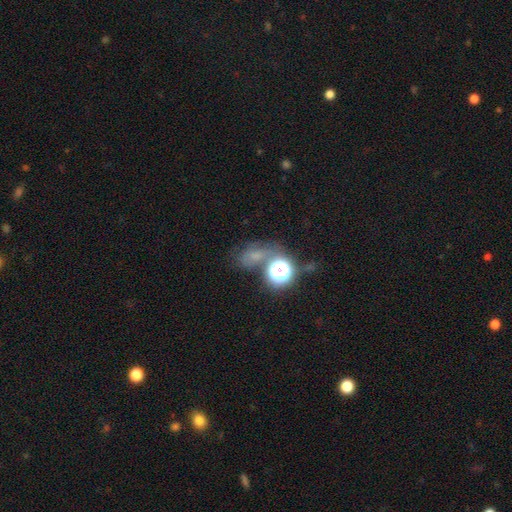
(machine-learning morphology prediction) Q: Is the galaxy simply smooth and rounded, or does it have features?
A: smooth — 44%.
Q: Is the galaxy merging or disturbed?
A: none — 50%.